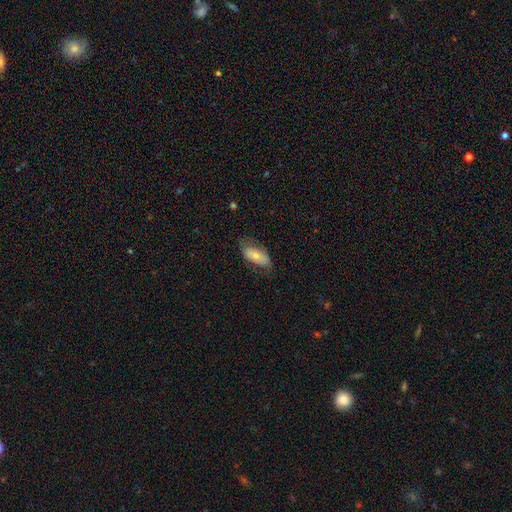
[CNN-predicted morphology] Overall: smooth (68%). How rounded: in between (90%). Merging: none (65%).